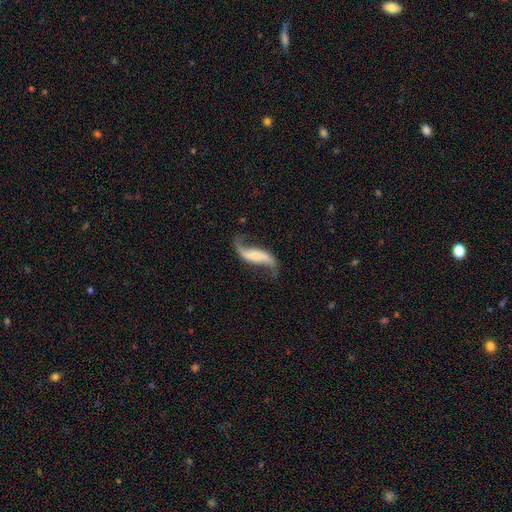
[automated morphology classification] Smooth or featured: featured or disk — 86% (smooth — 8%)
Edge-on disk: no — 93% (yes — 7%)
Bar: no — 36% (strong — 32%)
Spiral arms: yes — 96% (no — 4%)
Spiral winding: loose — 91% (medium — 7%)
Spiral arm count: 2 — 92% (1 — 4%)
Bulge size: small — 44% (none — 24%)
Merging: none — 72% (minor disturbance — 15%)